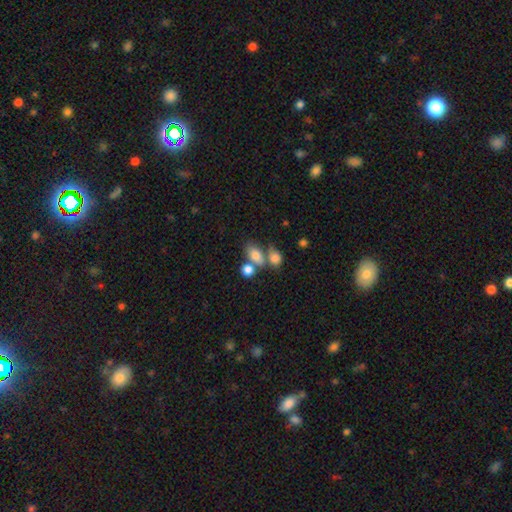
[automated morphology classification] Smooth or featured?
  - smooth: 78% *
  - featured or disk: 12%
  - star or artifact: 11%
How rounded?
  - in between: 81% *
  - round: 17%
  - cigar-shaped: 3%
Merging?
  - merger: 42% *
  - none: 38%
  - minor disturbance: 12%
  - major disturbance: 7%